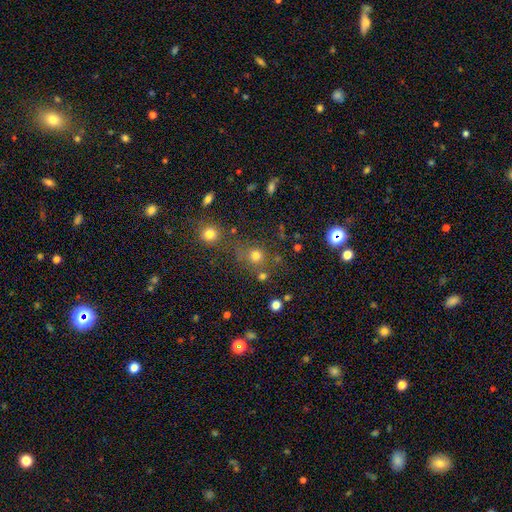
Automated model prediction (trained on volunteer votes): Smooth or featured? Predicted: smooth (p=0.74). How rounded? Predicted: round (p=0.89). Merging? Predicted: none (p=0.66).